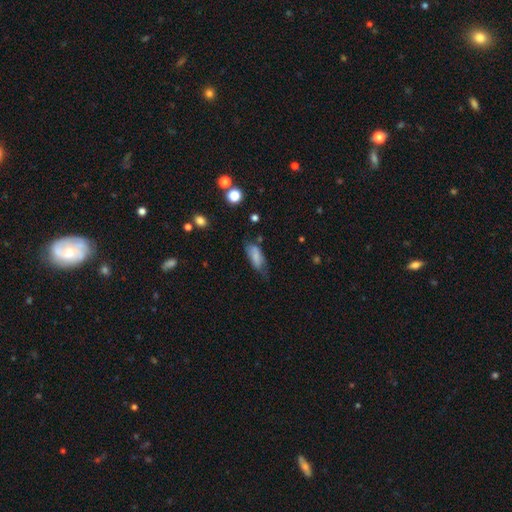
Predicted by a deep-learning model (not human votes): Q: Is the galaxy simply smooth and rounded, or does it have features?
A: smooth — 77%.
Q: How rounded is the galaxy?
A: in between — 81%.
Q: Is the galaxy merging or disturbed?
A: none — 48%.